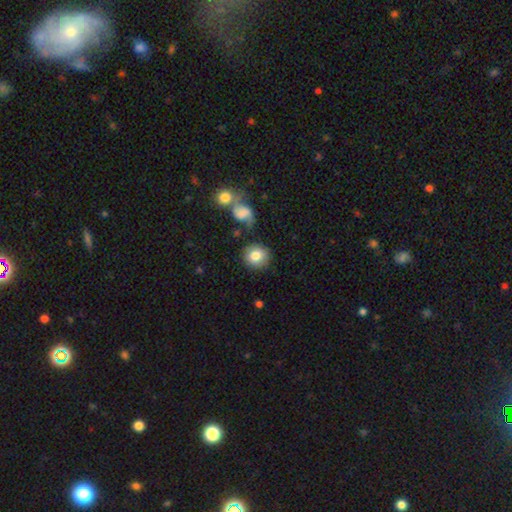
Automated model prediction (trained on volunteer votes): This is clearly a smooth galaxy (81%). How rounded: clearly round (87%). Merging: likely none (78%).